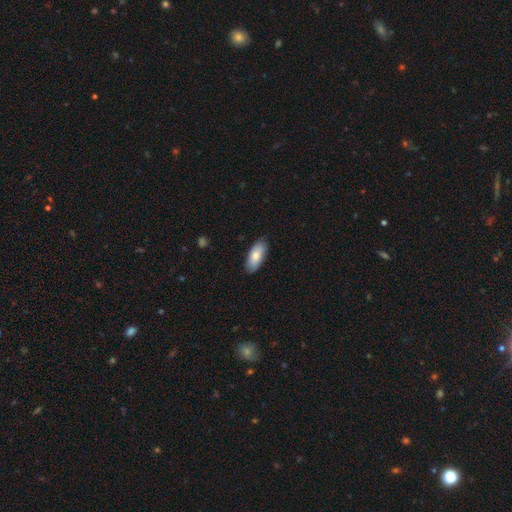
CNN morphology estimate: Smooth or featured?
  - smooth: 79% *
  - featured or disk: 15%
  - star or artifact: 6%
How rounded?
  - in between: 87% *
  - cigar-shaped: 10%
  - round: 2%
Merging?
  - none: 86% *
  - minor disturbance: 11%
  - major disturbance: 2%
  - merger: 1%